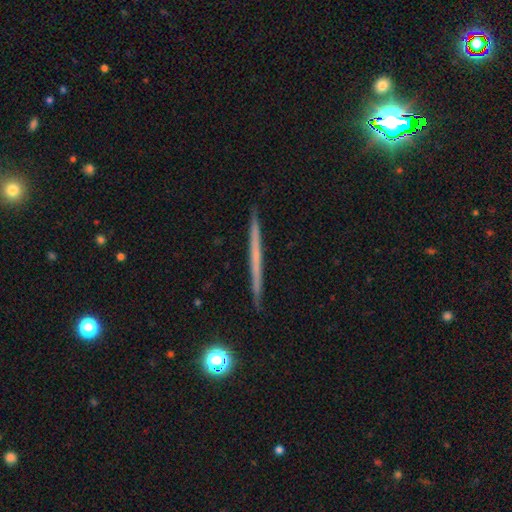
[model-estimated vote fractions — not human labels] The model was most divided on "smooth or featured": featured or disk: 55%, smooth: 36%, star or artifact: 9%. More confident: edge-on disk — yes (98%); merging — none (93%); edge-on bulge — none (91%).